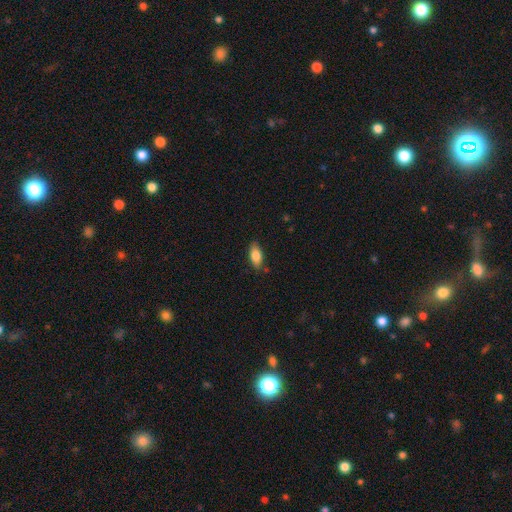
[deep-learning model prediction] Smooth or featured: smooth — 82% (featured or disk — 11%)
How rounded: in between — 86% (cigar-shaped — 11%)
Merging: none — 82% (minor disturbance — 14%)